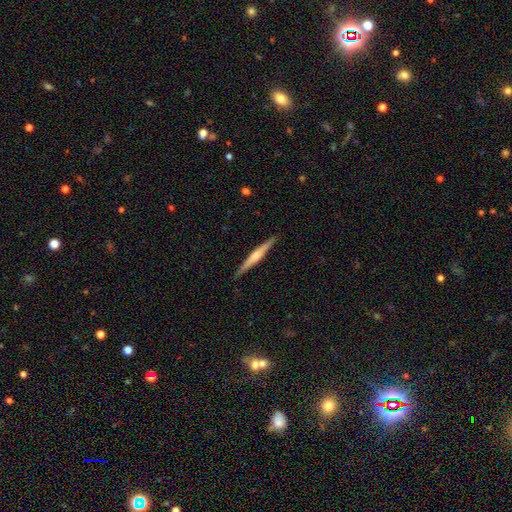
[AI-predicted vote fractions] This is likely a featured or disk galaxy (61%). It is clearly viewed edge-on (98%). Edge-on bulge: likely rounded (67%). Merging: clearly none (90%).